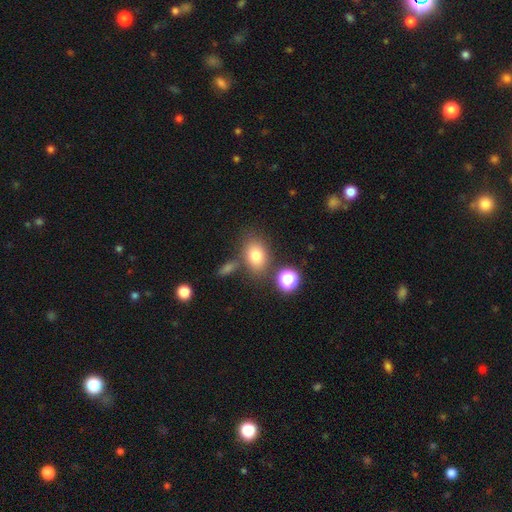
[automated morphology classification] type=smooth (77%); roundness=in between (68%); merging=none (70%).